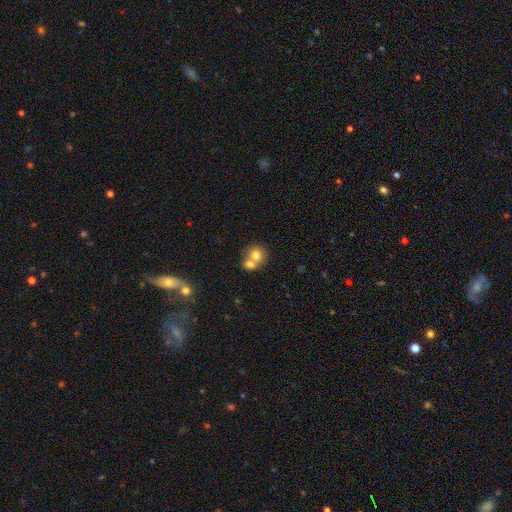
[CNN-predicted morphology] This is likely a smooth galaxy (74%). How rounded: likely round (77%). Merging: likely merger (63%).